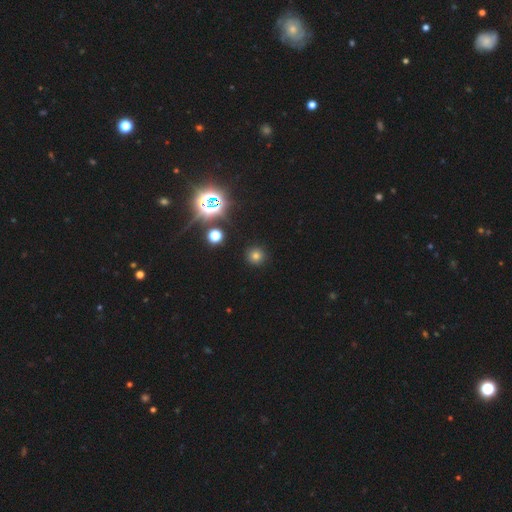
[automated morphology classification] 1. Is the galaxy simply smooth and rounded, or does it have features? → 68% smooth, 24% star or artifact, 8% featured or disk.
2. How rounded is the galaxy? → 94% round, 5% in between, 1% cigar-shaped.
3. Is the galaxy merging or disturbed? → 90% none, 6% minor disturbance, 2% major disturbance, 2% merger.